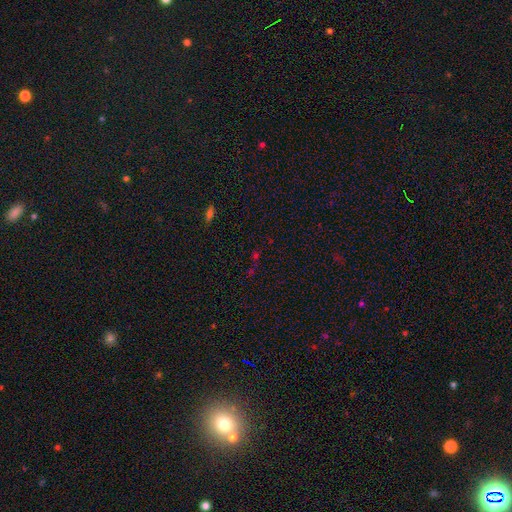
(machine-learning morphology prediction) smooth_or_featured: star or artifact (p=0.57) [alt: smooth p=0.33]